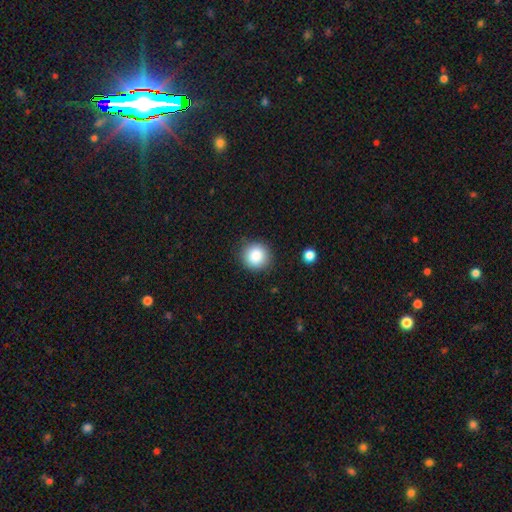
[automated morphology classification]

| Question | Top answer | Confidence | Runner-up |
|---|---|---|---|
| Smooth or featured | smooth | 86% | star or artifact (9%) |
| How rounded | round | 93% | in between (6%) |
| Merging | none | 89% | minor disturbance (8%) |